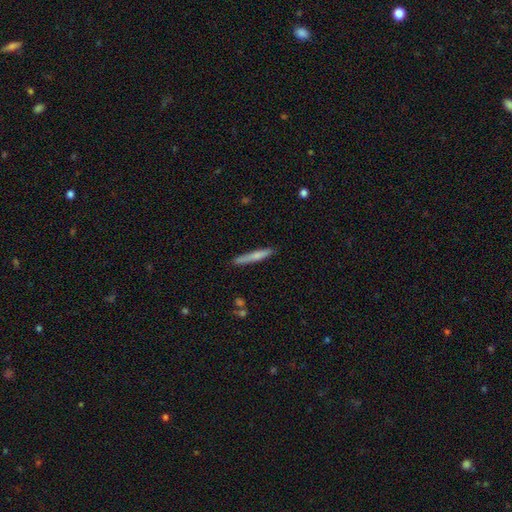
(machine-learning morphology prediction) smooth-or-featured: smooth: 67% | featured or disk: 27% | star or artifact: 6%
  how-rounded: cigar-shaped: 95% | in between: 3% | round: 1%
  merging: none: 86% | minor disturbance: 11% | major disturbance: 2% | merger: 2%